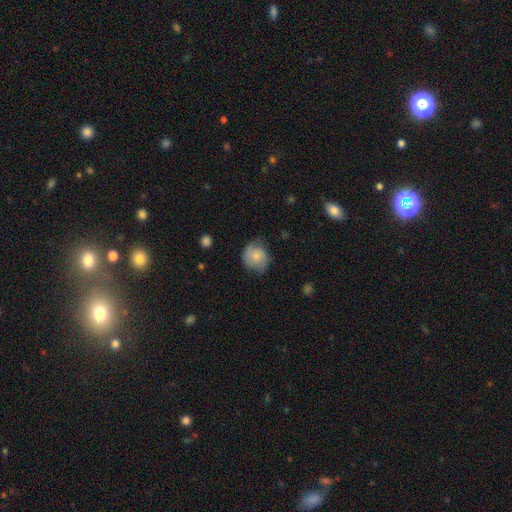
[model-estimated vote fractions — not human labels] smooth_or_featured: smooth (p=0.65) [alt: featured or disk p=0.27]
how_rounded: round (p=0.73) [alt: in between p=0.26]
merging: none (p=0.61) [alt: minor disturbance p=0.28]